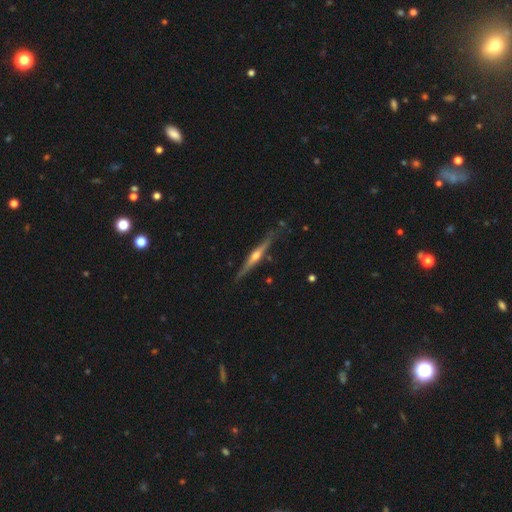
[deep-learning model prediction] This is likely a featured or disk galaxy (80%). It is clearly viewed edge-on (98%). Edge-on bulge: clearly rounded (89%). Merging: clearly none (85%).